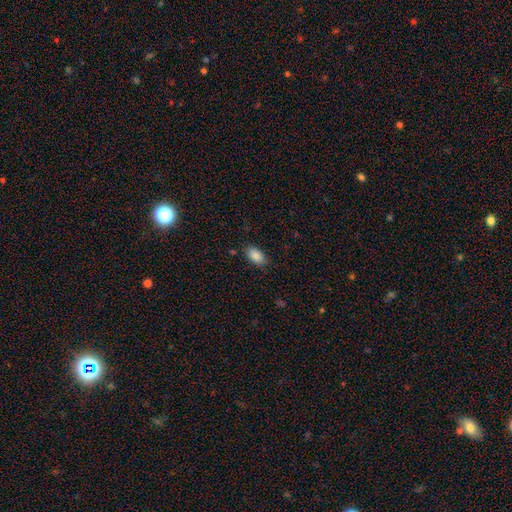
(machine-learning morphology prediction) This is clearly a smooth galaxy (88%). How rounded: clearly in between (93%). Merging: clearly none (84%).